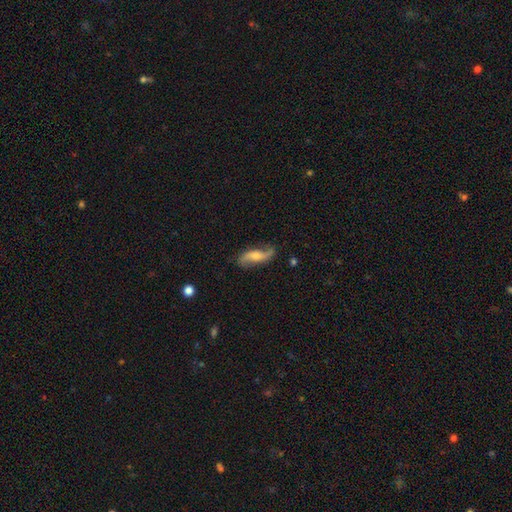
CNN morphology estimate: Overall: featured or disk (67%). Edge-on disk: no (87%). Bar: no (53%; weak 35%). Spiral arms: yes (93%). Spiral arm count: 2 (89%). Spiral winding: loose (80%). Bulge size: moderate (41%; small 32%). Merging: none (71%).